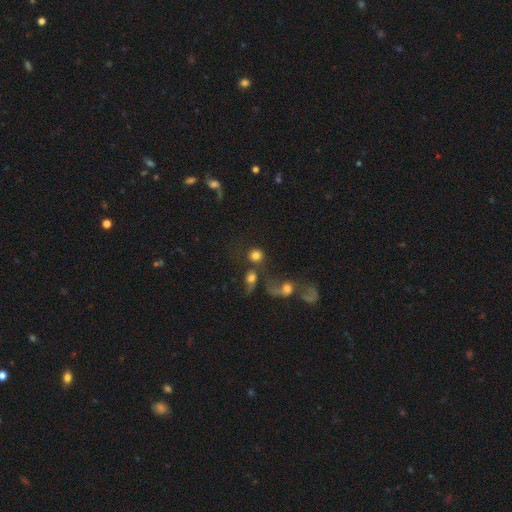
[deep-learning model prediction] This is likely a smooth galaxy (75%). How rounded: clearly round (86%). Merging: marginally none (42%).